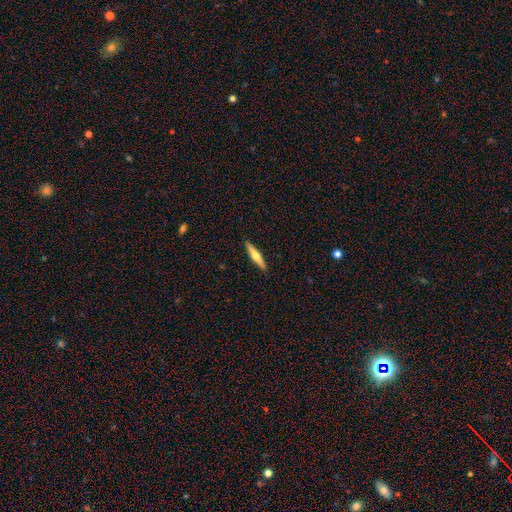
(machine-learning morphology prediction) Q: Smooth or featured?
A: featured or disk (53%); runner-up: smooth (42%)
Q: Edge-on disk?
A: yes (96%); runner-up: no (4%)
Q: Edge-on bulge?
A: rounded (89%); runner-up: none (7%)
Q: Merging?
A: none (91%); runner-up: minor disturbance (6%)